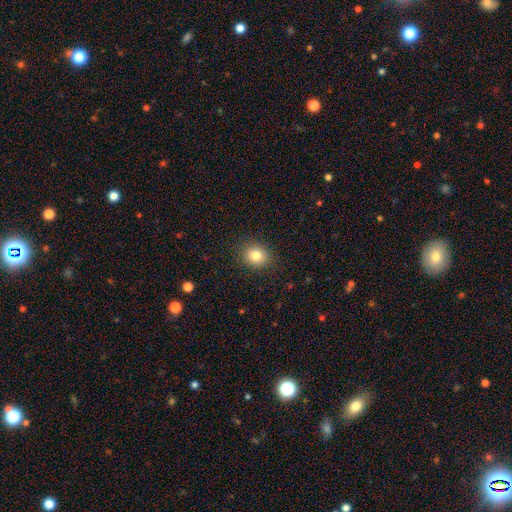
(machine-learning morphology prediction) Q: Smooth or featured?
A: smooth (82%); runner-up: star or artifact (11%)
Q: How rounded?
A: round (61%); runner-up: in between (38%)
Q: Merging?
A: none (88%); runner-up: minor disturbance (8%)